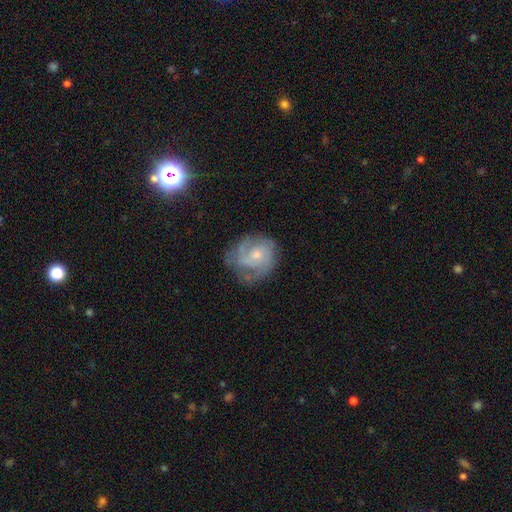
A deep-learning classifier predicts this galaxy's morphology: Q: Smooth or featured?
A: featured or disk (74%); runner-up: smooth (19%)
Q: Edge-on disk?
A: no (98%); runner-up: yes (2%)
Q: Bar?
A: no (67%); runner-up: weak (29%)
Q: Spiral arms?
A: yes (89%); runner-up: no (11%)
Q: Spiral winding?
A: tight (43%); runner-up: medium (42%)
Q: Spiral arm count?
A: 2 (33%); runner-up: can't tell (27%)
Q: Bulge size?
A: small (53%); runner-up: moderate (41%)
Q: Merging?
A: none (60%); runner-up: minor disturbance (24%)